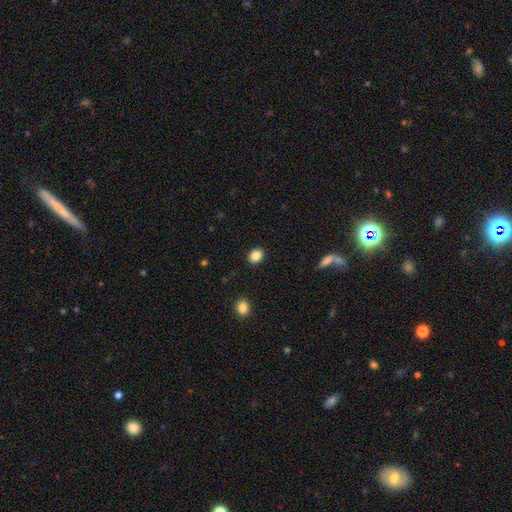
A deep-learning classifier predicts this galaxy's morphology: The model was most divided on "how rounded": round: 57%, in between: 42%, cigar-shaped: 1%. More confident: merging — none (91%); smooth or featured — smooth (86%).